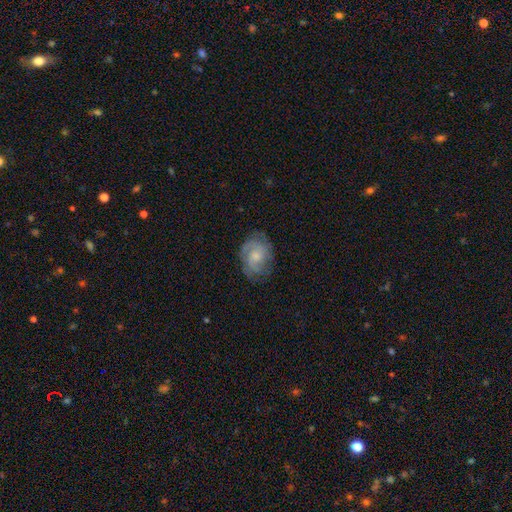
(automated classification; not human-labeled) Smooth or featured: featured or disk — 56% (smooth — 36%)
Edge-on disk: no — 97% (yes — 3%)
Bar: no — 75% (weak — 22%)
Spiral arms: yes — 84% (no — 16%)
Bulge size: moderate — 44% (small — 42%)
Merging: none — 71% (minor disturbance — 20%)